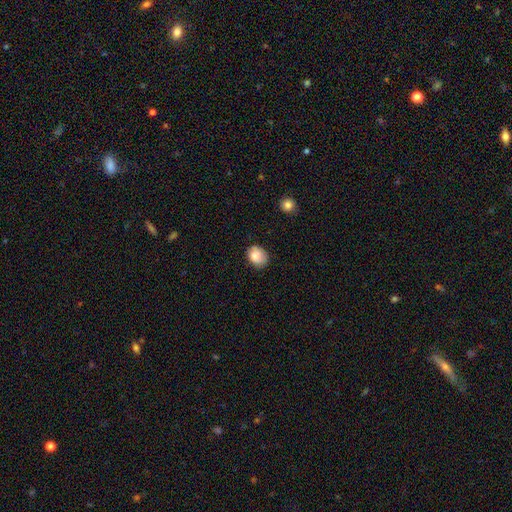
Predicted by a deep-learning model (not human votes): Smooth or featured? Predicted: smooth (p=0.83). How rounded? Predicted: in between (p=0.54). Merging? Predicted: none (p=0.68).